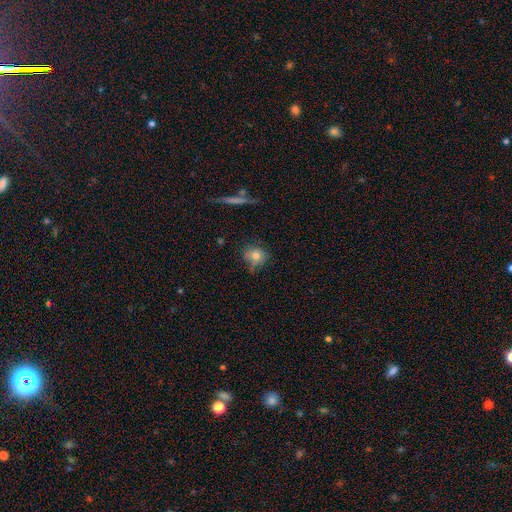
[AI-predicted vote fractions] Smooth or featured: smooth — 77% (featured or disk — 13%)
How rounded: round — 79% (in between — 19%)
Merging: none — 67% (minor disturbance — 23%)